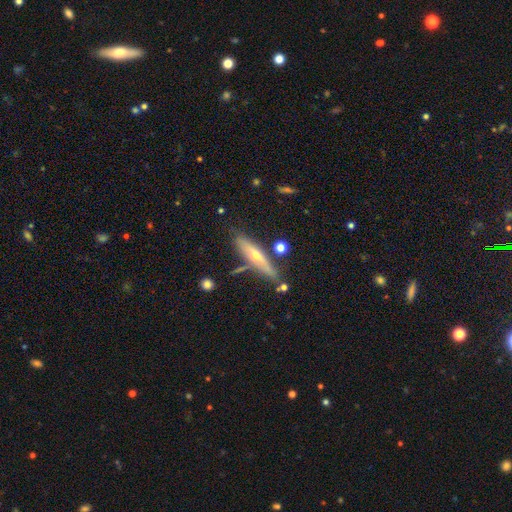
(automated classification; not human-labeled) Q: Smooth or featured?
A: featured or disk (57%); runner-up: smooth (36%)
Q: Edge-on disk?
A: yes (86%); runner-up: no (14%)
Q: Merging?
A: none (73%); runner-up: minor disturbance (16%)